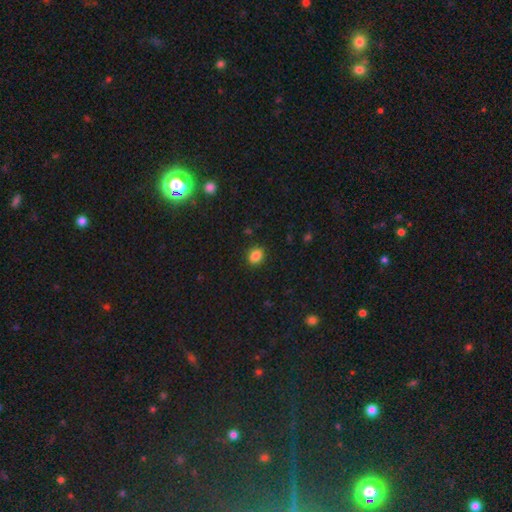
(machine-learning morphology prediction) This appears to be a smooth galaxy with no disk features (86%) that is round (50%). Merging: none (88%).